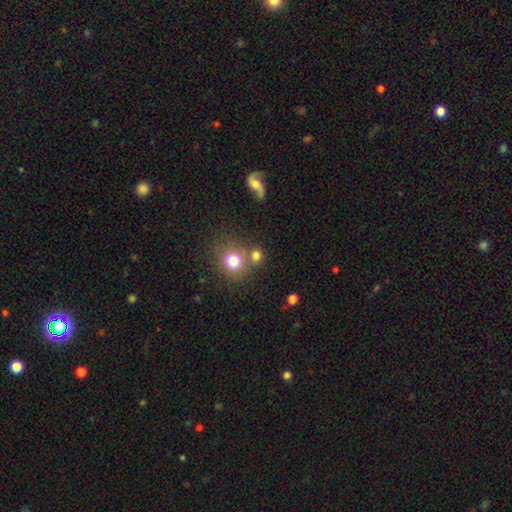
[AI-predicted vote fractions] smooth 75%, star or artifact 15%, featured or disk 10%. Down the decision tree: how rounded — round (82%); merging — none (62%).